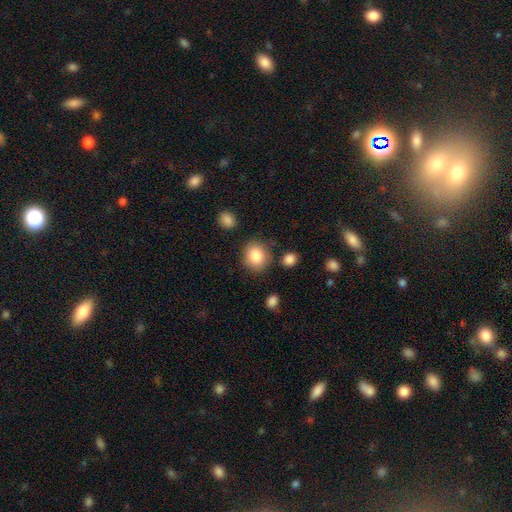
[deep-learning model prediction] smooth-or-featured: smooth: 85% | star or artifact: 8% | featured or disk: 6%
  how-rounded: round: 77% | in between: 22% | cigar-shaped: 1%
  merging: none: 81% | minor disturbance: 11% | merger: 4% | major disturbance: 3%